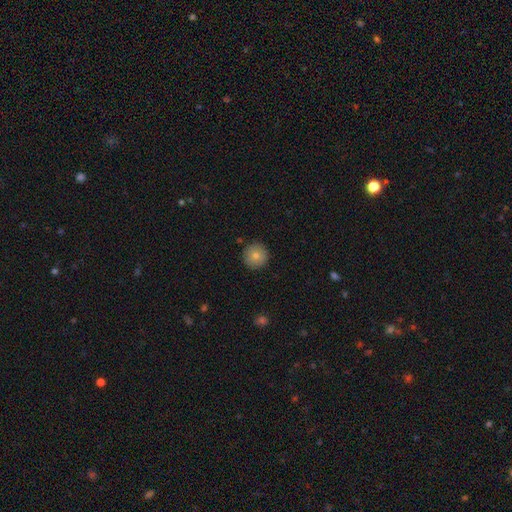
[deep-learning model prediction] smooth-or-featured: smooth: 77% | featured or disk: 15% | star or artifact: 8%
  how-rounded: round: 96% | in between: 3% | cigar-shaped: 1%
  merging: none: 91% | minor disturbance: 6% | major disturbance: 2% | merger: 1%